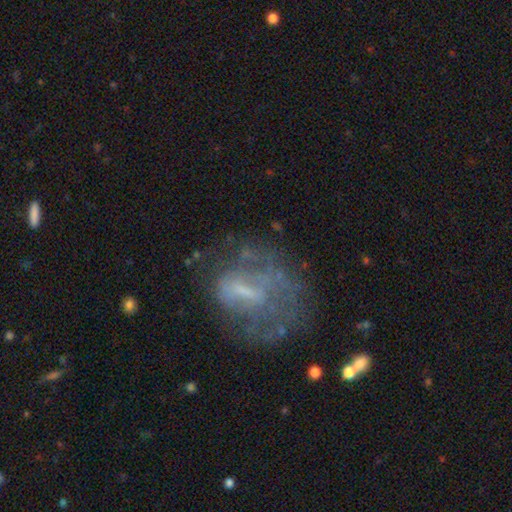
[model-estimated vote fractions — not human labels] Smooth or featured: featured or disk — 59% (smooth — 26%)
Edge-on disk: no — 95% (yes — 5%)
Bar: no — 46% (weak — 39%)
Spiral arms: no — 69% (yes — 31%)
Bulge size: small — 35% (tied with none — 35%)
Merging: none — 45% (major disturbance — 32%)